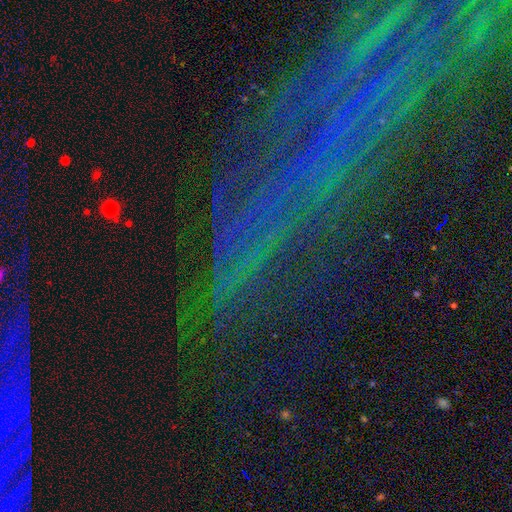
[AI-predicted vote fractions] A star or artifact, not a galaxy (70%).

Vote fractions:
- Smooth or featured? star or artifact: 70% / featured or disk: 17% / smooth: 13%